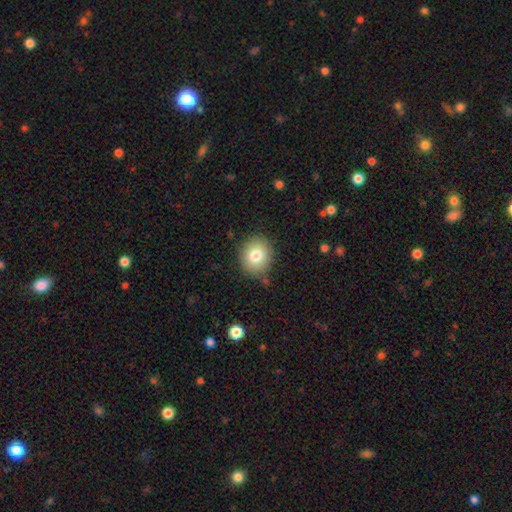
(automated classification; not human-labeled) Smooth or featured? smooth (79%)
How rounded? round (78%)
Merging? none (84%)